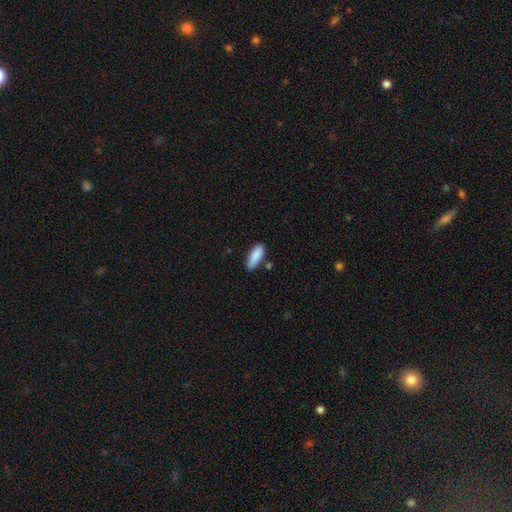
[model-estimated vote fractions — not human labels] This appears to be a smooth galaxy with no disk features (89%) that is in between round and cigar-shaped (70%). Merging: none (74%).